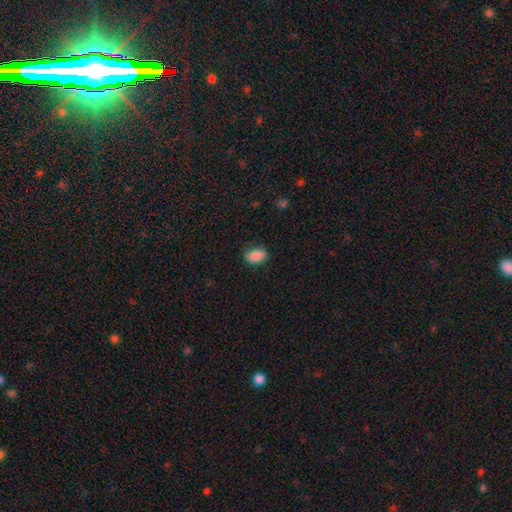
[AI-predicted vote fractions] Smooth or featured?
  - smooth: 86% *
  - star or artifact: 8%
  - featured or disk: 6%
How rounded?
  - in between: 87% *
  - round: 12%
  - cigar-shaped: 2%
Merging?
  - none: 83% *
  - minor disturbance: 13%
  - major disturbance: 3%
  - merger: 1%